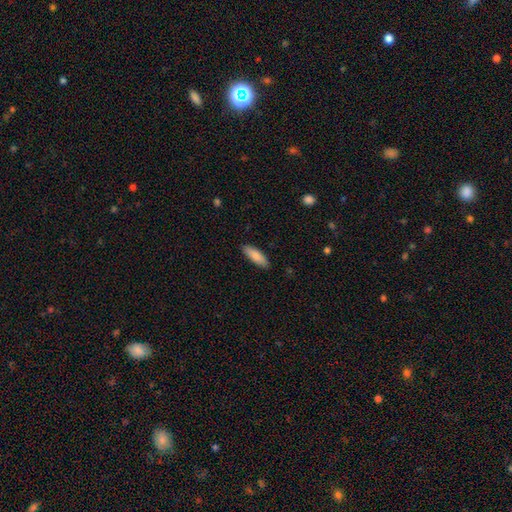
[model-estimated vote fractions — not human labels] A smooth galaxy with no disk features (85%) that is in between round and cigar-shaped (55%). Merging: none (88%).